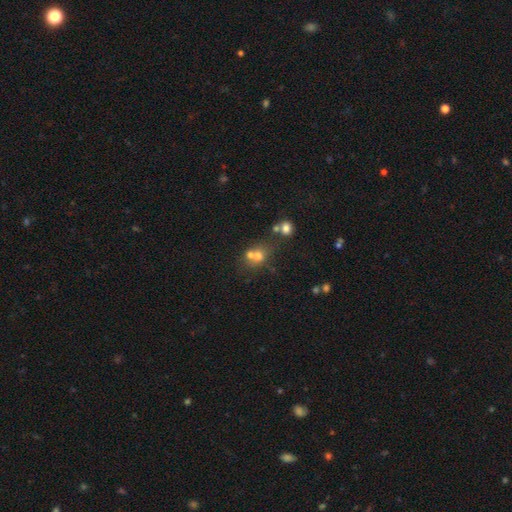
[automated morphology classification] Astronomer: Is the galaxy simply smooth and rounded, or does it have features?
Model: smooth — 64%.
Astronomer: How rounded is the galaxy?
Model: round — 73%.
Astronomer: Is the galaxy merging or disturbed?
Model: merger — 50% (runner-up: none, 36%).